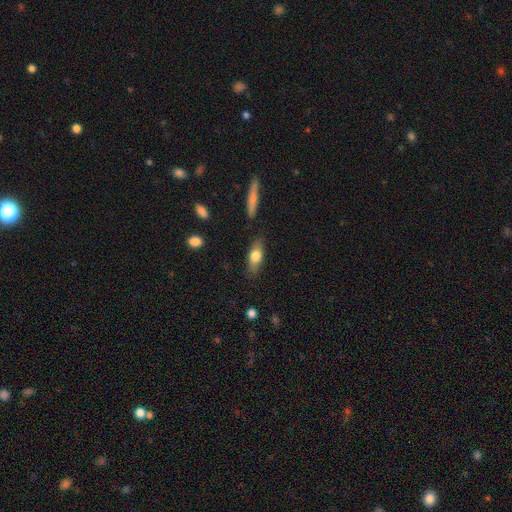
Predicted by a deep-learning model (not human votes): A smooth galaxy with no disk features (70%) that is in between round and cigar-shaped (70%). Merging: none (80%).